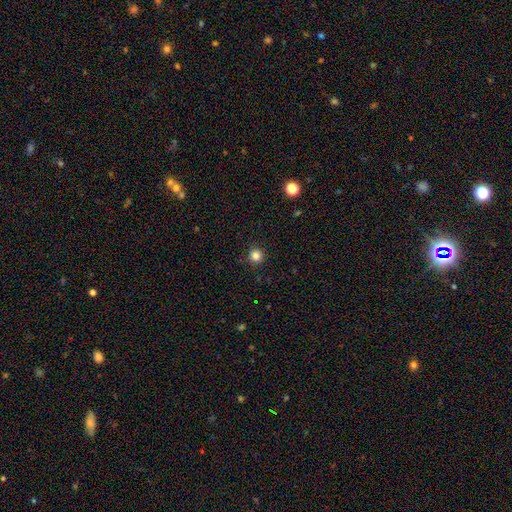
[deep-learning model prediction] Smooth or featured: smooth — 84% (star or artifact — 12%)
How rounded: round — 95% (in between — 5%)
Merging: none — 92% (minor disturbance — 5%)